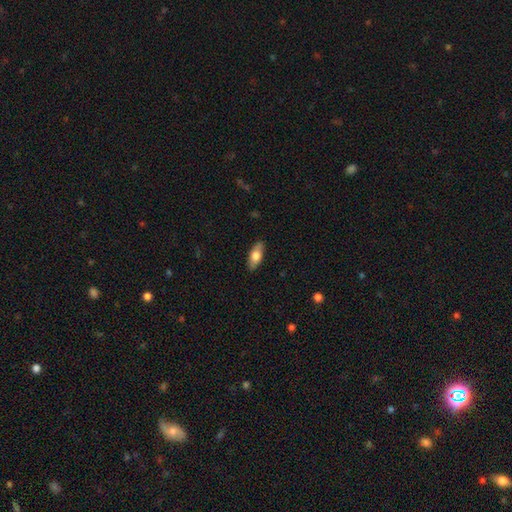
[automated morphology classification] smooth-or-featured: smooth: 70% | featured or disk: 25% | star or artifact: 6%
  how-rounded: in between: 78% | cigar-shaped: 19% | round: 3%
  merging: none: 87% | minor disturbance: 10% | major disturbance: 2% | merger: 1%